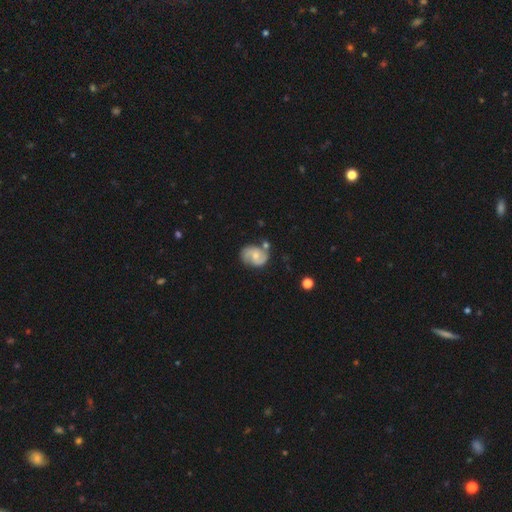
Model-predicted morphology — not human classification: smooth_or_featured: featured or disk (p=0.74) [alt: smooth p=0.20]
disk_edge_on: no (p=0.98) [alt: yes p=0.02]
bar: no (p=0.55) [alt: weak p=0.39]
has_spiral_arms: yes (p=0.93) [alt: no p=0.07]
spiral_winding: medium (p=0.51) [alt: tight p=0.25]
spiral_arm_count: 2 (p=0.88) [alt: can't tell p=0.06]
bulge_size: moderate (p=0.45) [tied with: small p=0.45]
merging: none (p=0.66) [alt: minor disturbance p=0.19]